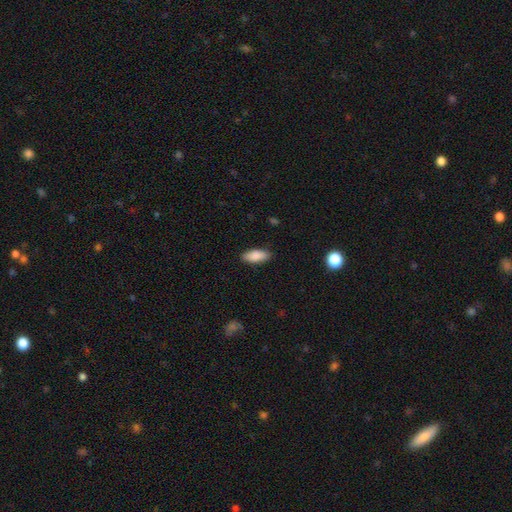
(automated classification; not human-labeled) Morphology: type=smooth (88%); roundness=in between (82%); merging=none (87%).